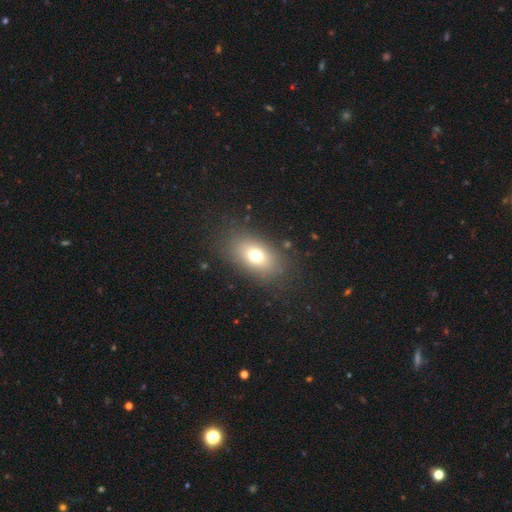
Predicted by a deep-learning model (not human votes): Morphology: type=smooth (71%); roundness=in between (81%); merging=none (82%).